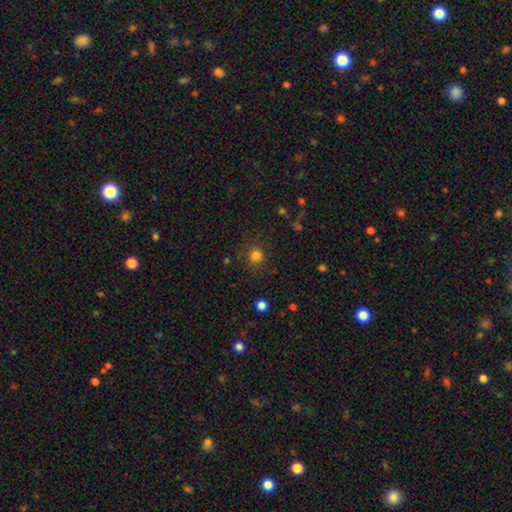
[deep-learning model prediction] A smooth galaxy with no disk features (80%) that is round (90%). Merging: none (82%).